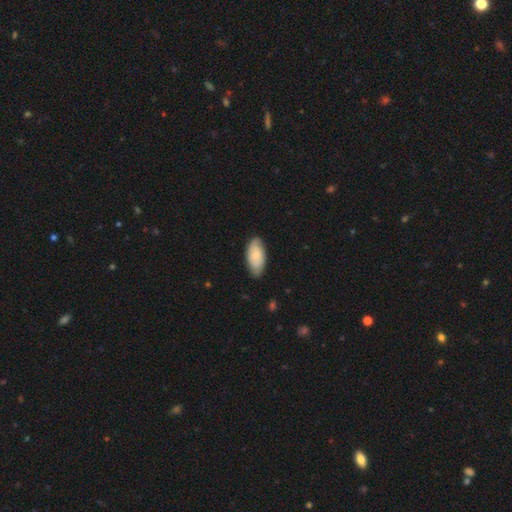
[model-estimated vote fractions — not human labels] This is likely a smooth galaxy (68%). How rounded: clearly in between (93%). Merging: likely none (78%).